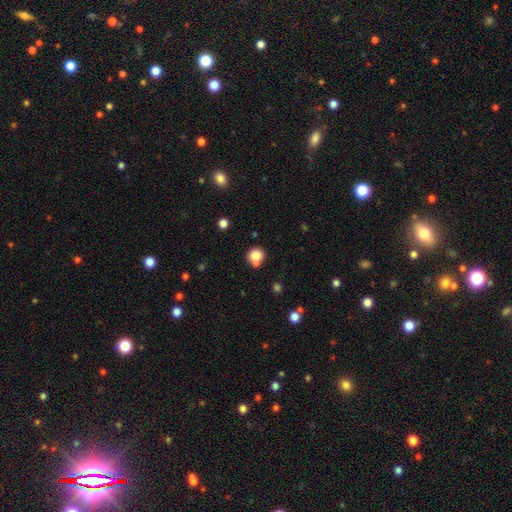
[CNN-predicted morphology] A smooth galaxy with no disk features (82%) that is round (89%). Merging: none (65%).